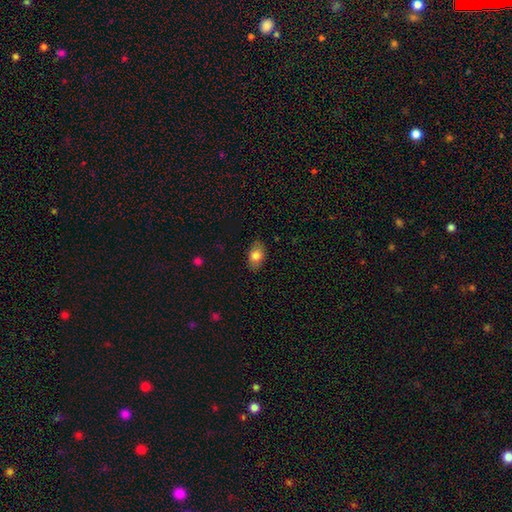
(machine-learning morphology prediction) type=smooth (81%); roundness=in between (86%); merging=none (83%).